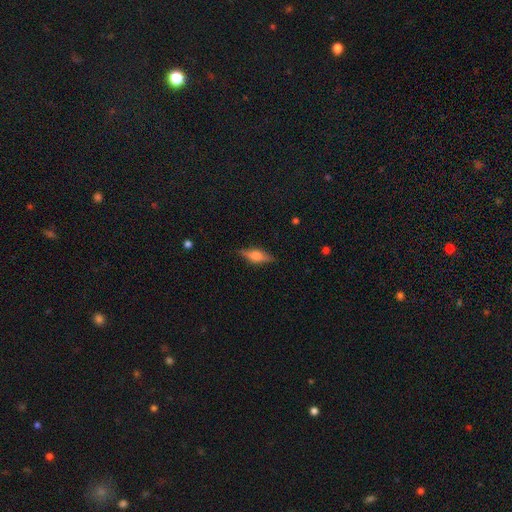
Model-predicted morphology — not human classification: A featured or disk galaxy (51%) viewed edge-on (93%). Merging: none (84%).